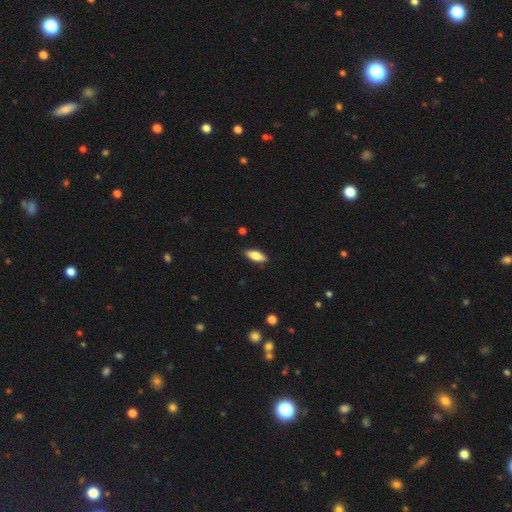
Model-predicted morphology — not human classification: The model was most divided on "how rounded": in between: 74%, cigar-shaped: 23%, round: 2%. More confident: merging — none (87%); smooth or featured — smooth (77%).